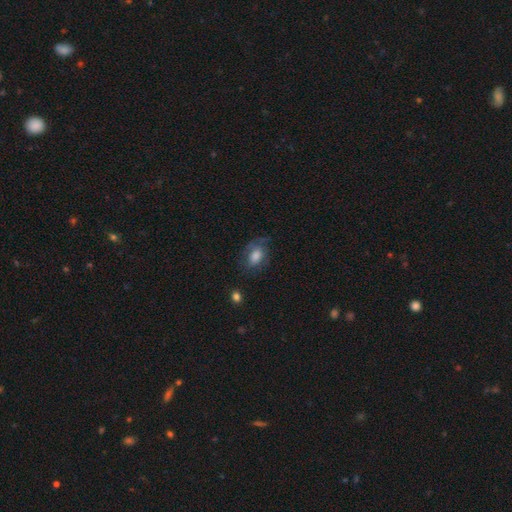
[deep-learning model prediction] This appears to be a smooth galaxy with no disk features (60%) that is in between round and cigar-shaped (80%). Merging: none (59%).